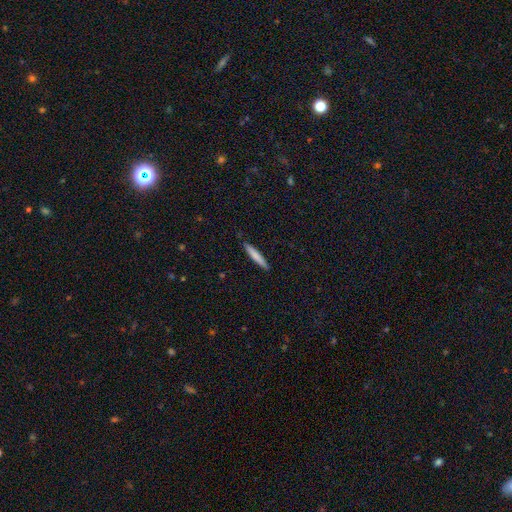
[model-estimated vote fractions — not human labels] The model was most divided on "smooth or featured": smooth: 77%, featured or disk: 18%, star or artifact: 5%. More confident: how rounded — cigar-shaped (95%); merging — none (90%).